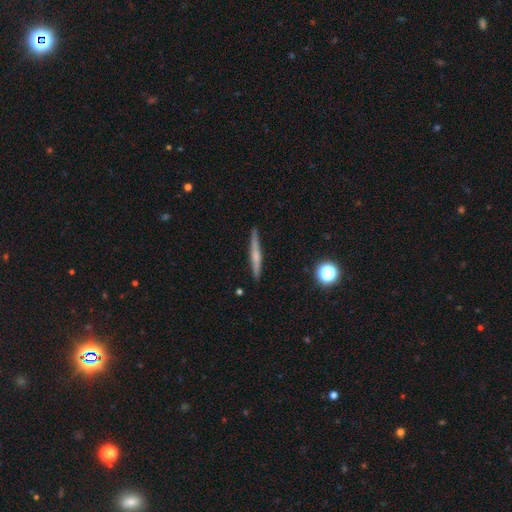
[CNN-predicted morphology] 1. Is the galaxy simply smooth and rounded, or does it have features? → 54% featured or disk, 38% smooth, 8% star or artifact.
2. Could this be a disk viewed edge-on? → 97% yes, 3% no.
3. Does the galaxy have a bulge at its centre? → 59% rounded, 31% none, 10% boxy.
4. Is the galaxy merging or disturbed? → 91% none, 7% minor disturbance, 1% major disturbance, 1% merger.